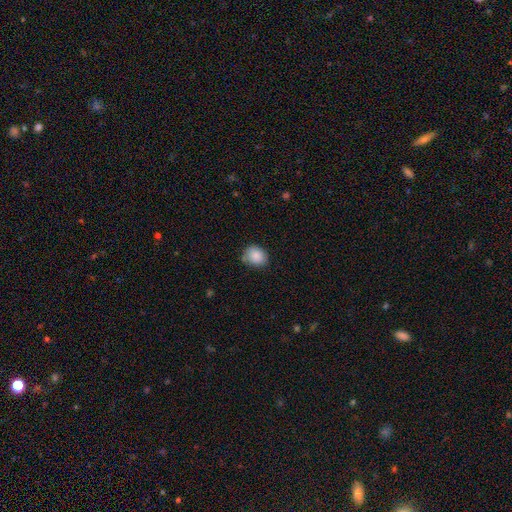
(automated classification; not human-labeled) Q: Smooth or featured?
A: smooth (87%); runner-up: star or artifact (8%)
Q: How rounded?
A: round (62%); runner-up: in between (37%)
Q: Merging?
A: none (69%); runner-up: minor disturbance (24%)